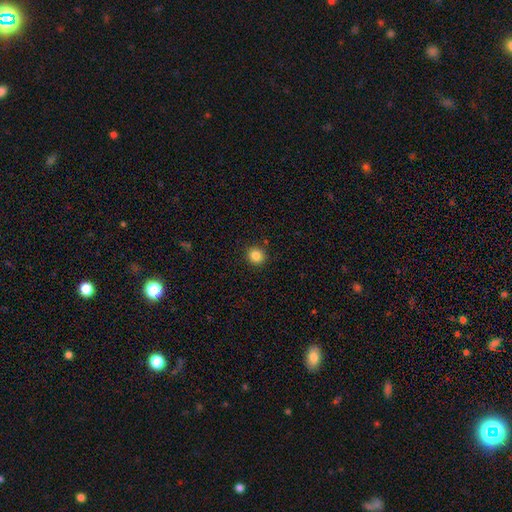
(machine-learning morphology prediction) This appears to be a smooth galaxy with no disk features (84%) that is round (89%). Merging: none (90%).